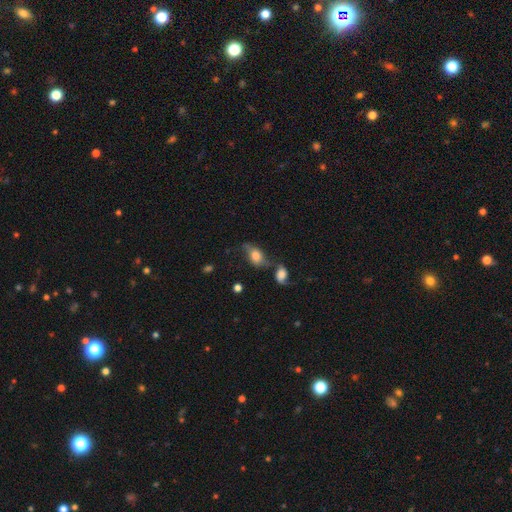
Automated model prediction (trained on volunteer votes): Smooth or featured? Predicted: smooth (p=0.59). How rounded? Predicted: in between (p=0.79). Merging? Predicted: none (p=0.41).